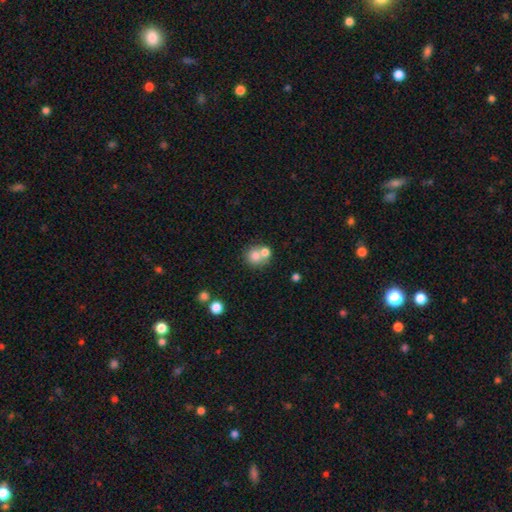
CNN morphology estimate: smooth 76%, featured or disk 13%, star or artifact 11%. Down the decision tree: how rounded — round (83%); merging — none (45%).